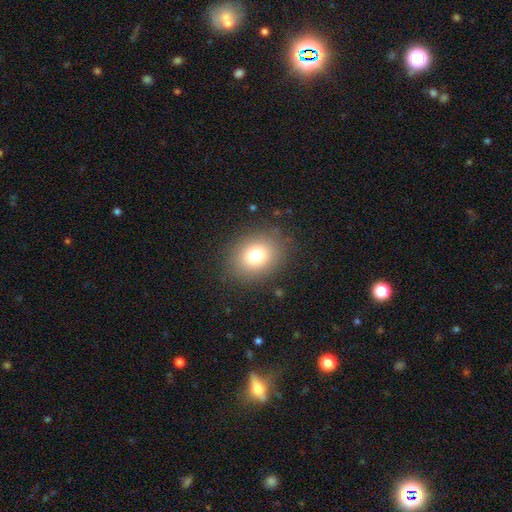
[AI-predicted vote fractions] This appears to be a smooth galaxy with no disk features (76%) that is round (60%). Merging: none (86%).